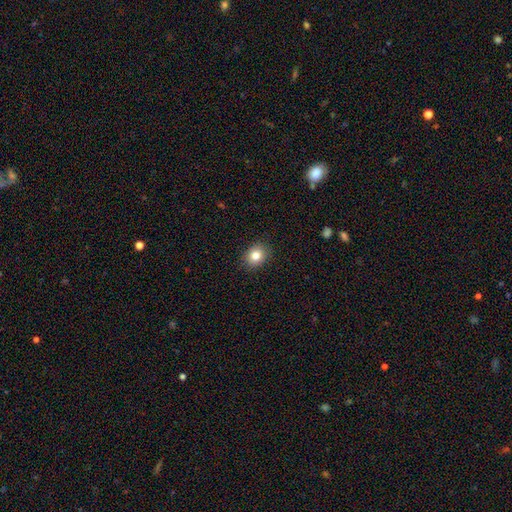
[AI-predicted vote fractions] Smooth or featured? smooth (82%)
How rounded? round (57%)
Merging? none (89%)